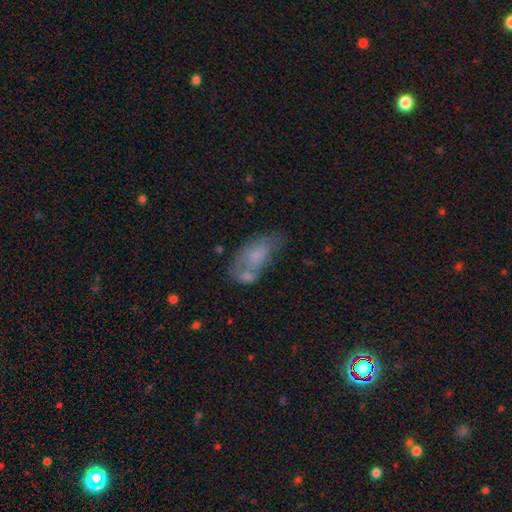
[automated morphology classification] This appears to be a smooth galaxy with no disk features (62%) that is in between round and cigar-shaped (88%). Merging: none (34%).